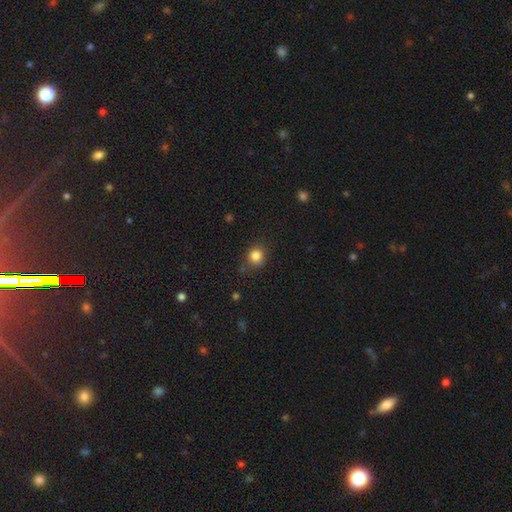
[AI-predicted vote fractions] Smooth or featured: smooth — 83% (star or artifact — 12%)
How rounded: round — 83% (in between — 16%)
Merging: none — 80% (minor disturbance — 13%)